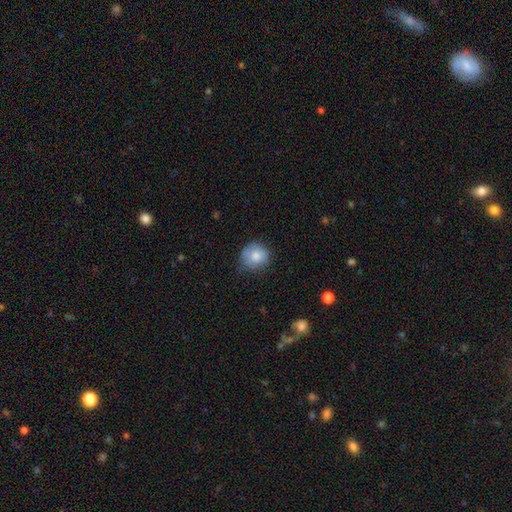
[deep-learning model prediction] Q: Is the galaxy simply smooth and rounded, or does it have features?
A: smooth — 78%.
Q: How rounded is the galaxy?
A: round — 82%.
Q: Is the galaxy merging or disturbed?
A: none — 60%.